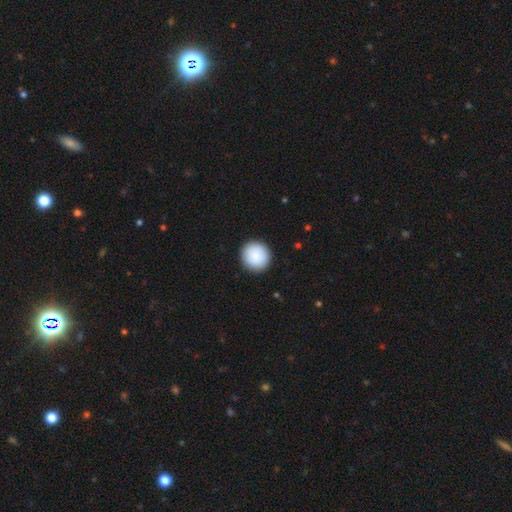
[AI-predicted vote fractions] This is clearly a smooth galaxy (90%). How rounded: clearly round (93%). Merging: clearly none (92%).